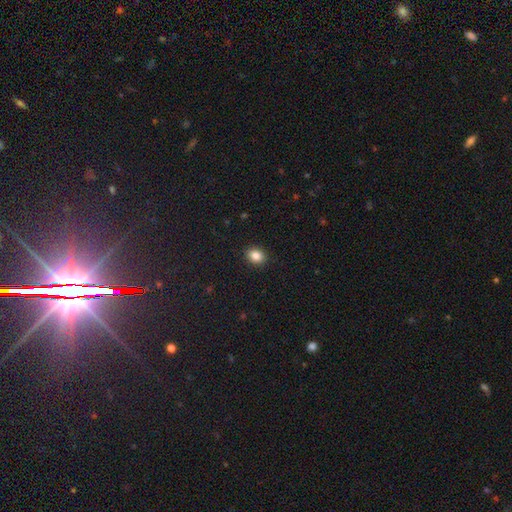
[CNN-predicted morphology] Smooth or featured? Predicted: smooth (p=0.85). How rounded? Predicted: in between (p=0.56). Merging? Predicted: none (p=0.91).